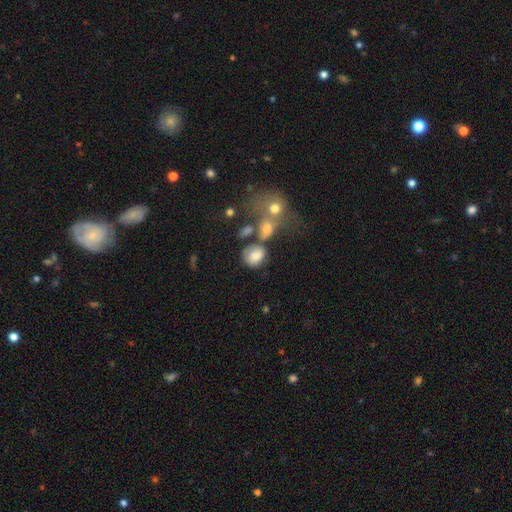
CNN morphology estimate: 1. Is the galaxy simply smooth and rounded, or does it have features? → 70% smooth, 18% featured or disk, 11% star or artifact.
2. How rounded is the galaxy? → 60% round, 39% in between, 1% cigar-shaped.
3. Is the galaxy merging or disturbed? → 44% none, 25% merger, 19% minor disturbance, 12% major disturbance.